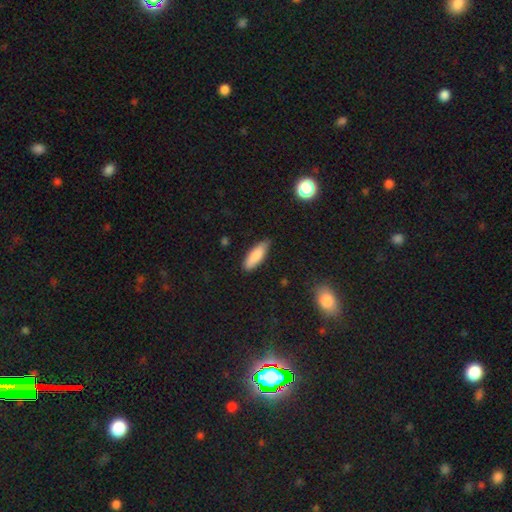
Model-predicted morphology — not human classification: A smooth galaxy with no disk features (84%) that is in between round and cigar-shaped (60%). Merging: none (78%).